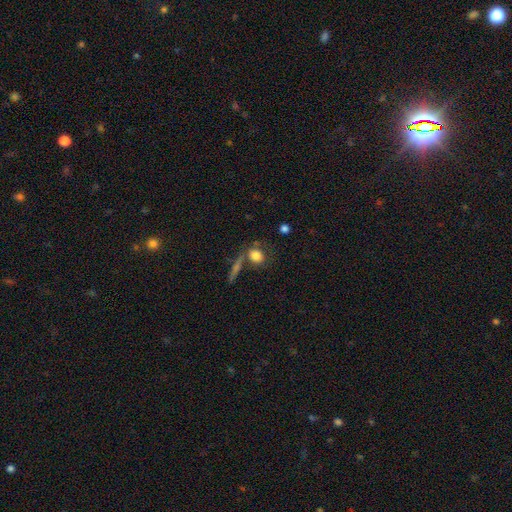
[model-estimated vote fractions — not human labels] Q: Smooth or featured?
A: smooth (78%); runner-up: featured or disk (12%)
Q: How rounded?
A: round (56%); runner-up: in between (39%)
Q: Merging?
A: none (59%); runner-up: merger (18%)